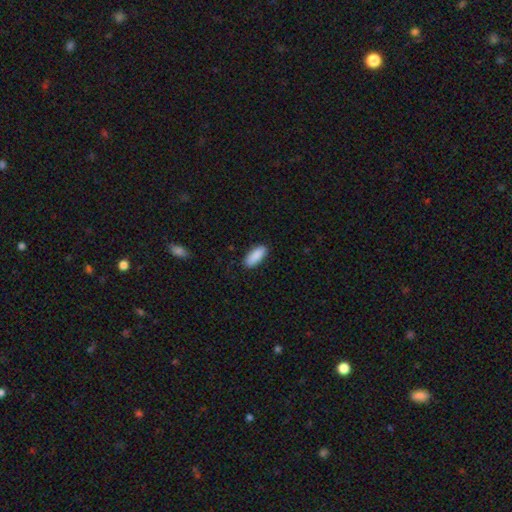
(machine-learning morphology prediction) Smooth or featured? Predicted: smooth (p=0.90). How rounded? Predicted: in between (p=0.76). Merging? Predicted: none (p=0.88).